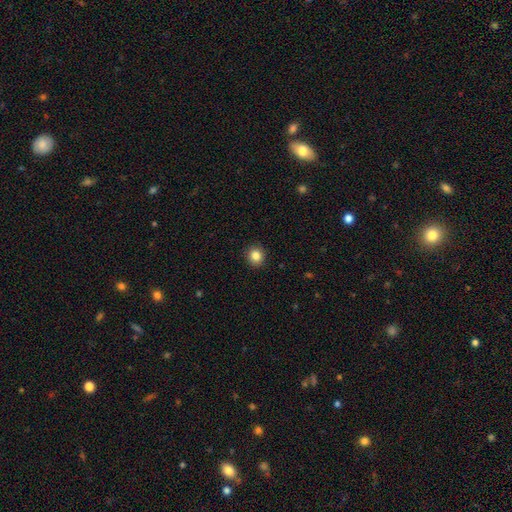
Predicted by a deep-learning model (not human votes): Smooth or featured? smooth (85%)
How rounded? round (86%)
Merging? none (92%)